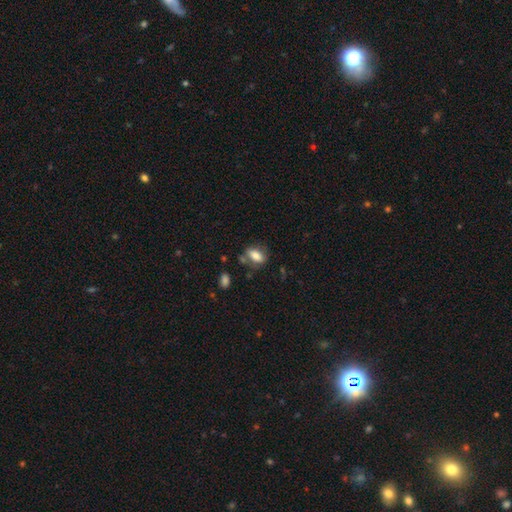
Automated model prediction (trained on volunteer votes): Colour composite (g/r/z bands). It shows a smooth galaxy with no disk features (78%) that is in between round and cigar-shaped (84%). Merging: none (66%).